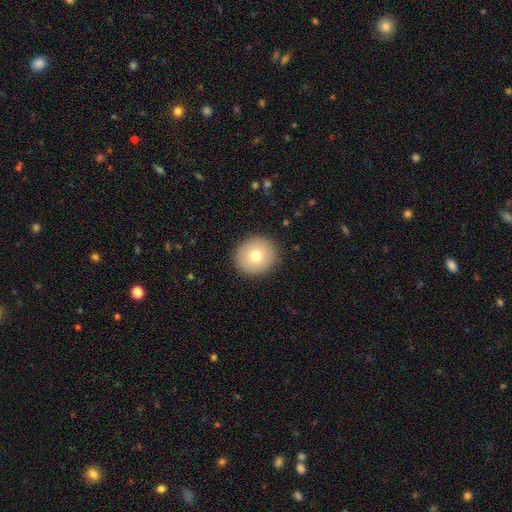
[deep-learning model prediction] smooth_or_featured: smooth (p=0.76) [alt: featured or disk p=0.15]
how_rounded: round (p=0.90) [alt: in between p=0.09]
merging: none (p=0.91) [alt: minor disturbance p=0.06]